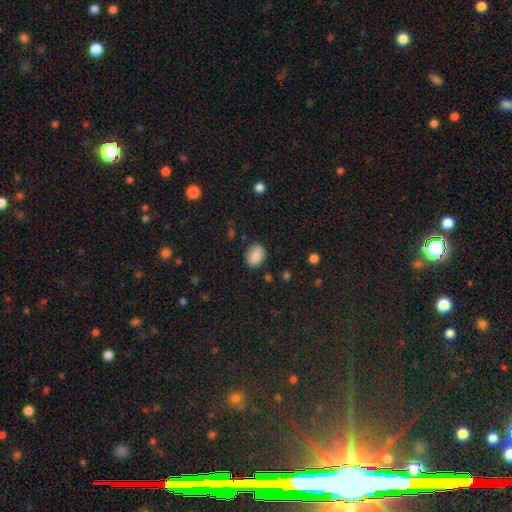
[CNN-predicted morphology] A smooth galaxy with no disk features (88%) that is in between round and cigar-shaped (65%).

Vote fractions:
- Smooth or featured? smooth: 88% / star or artifact: 8% / featured or disk: 5%
- How rounded? in between: 65% / round: 34% / cigar-shaped: 1%
- Merging? none: 82% / minor disturbance: 13% / major disturbance: 3% / merger: 2%